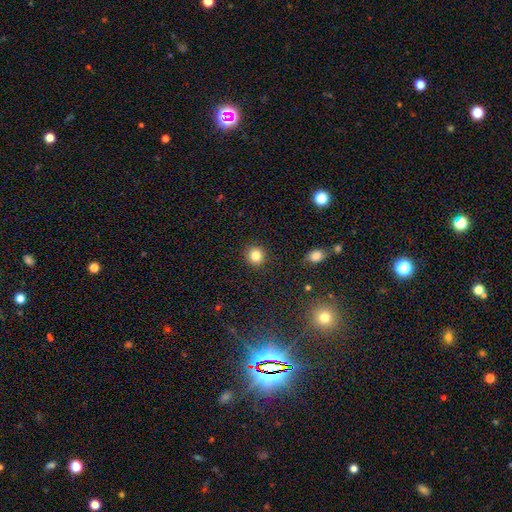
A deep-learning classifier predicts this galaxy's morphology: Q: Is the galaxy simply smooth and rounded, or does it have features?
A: smooth — 83%.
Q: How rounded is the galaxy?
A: round — 92%.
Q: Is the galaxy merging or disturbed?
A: none — 91%.